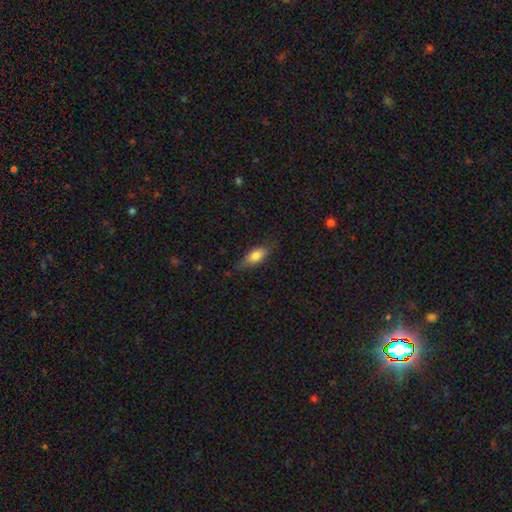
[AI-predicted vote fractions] Smooth or featured? Predicted: smooth (p=0.77). How rounded? Predicted: in between (p=0.80). Merging? Predicted: none (p=0.70).